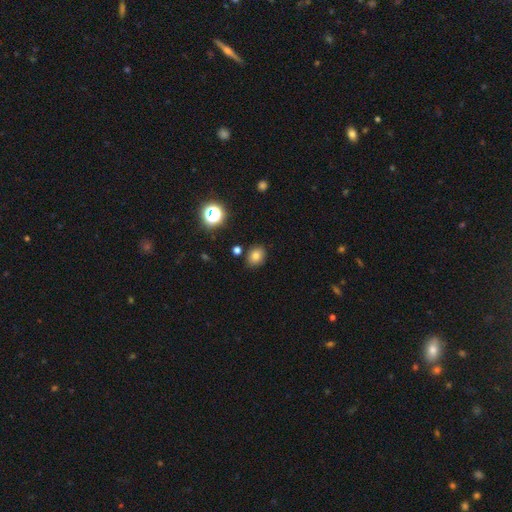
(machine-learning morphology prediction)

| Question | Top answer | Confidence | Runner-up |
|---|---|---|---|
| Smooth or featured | smooth | 78% | star or artifact (15%) |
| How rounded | in between | 51% | round (48%) |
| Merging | none | 84% | minor disturbance (10%) |